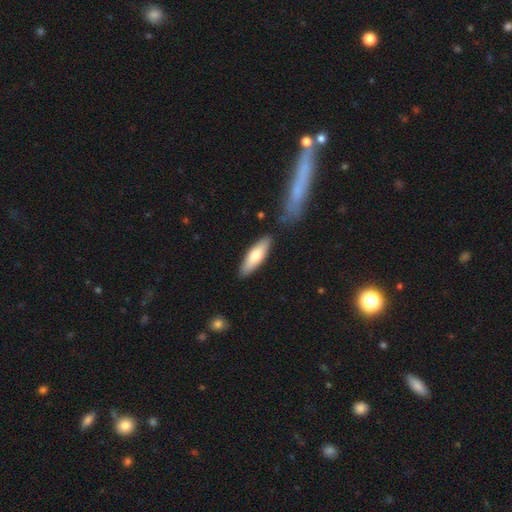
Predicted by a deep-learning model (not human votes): Overall: smooth (67%; featured or disk 27%). How rounded: cigar-shaped (52%; in between 46%). Merging: none (85%).